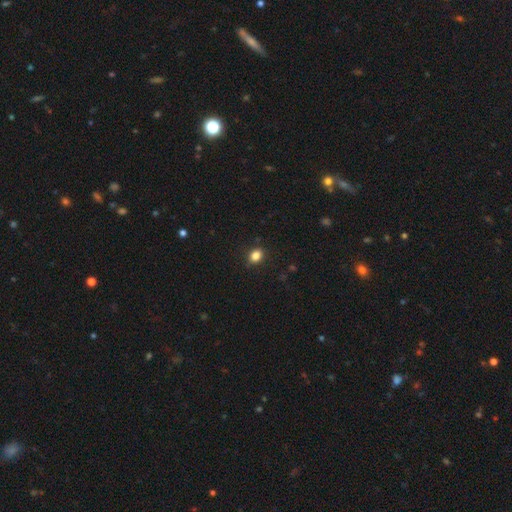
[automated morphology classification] This appears to be a smooth galaxy with no disk features (84%) that is in between round and cigar-shaped (56%). Merging: none (86%).